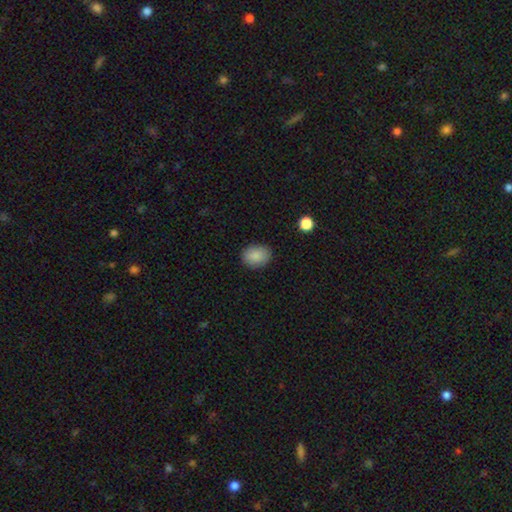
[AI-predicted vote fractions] The model was most divided on "how rounded": in between: 57%, round: 42%, cigar-shaped: 1%. More confident: smooth or featured — smooth (87%); merging — none (86%).